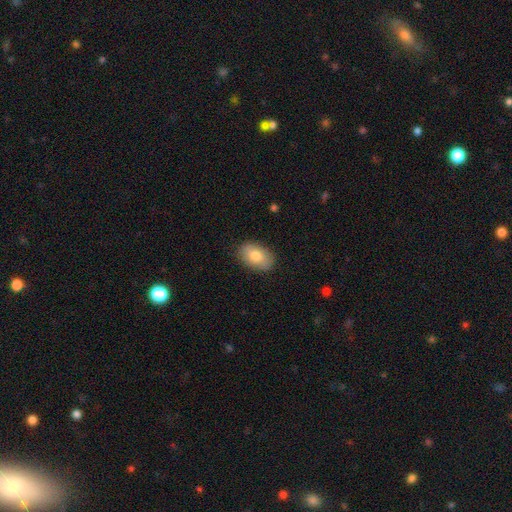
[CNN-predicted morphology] Overall: smooth (81%). How rounded: in between (90%). Merging: none (86%).